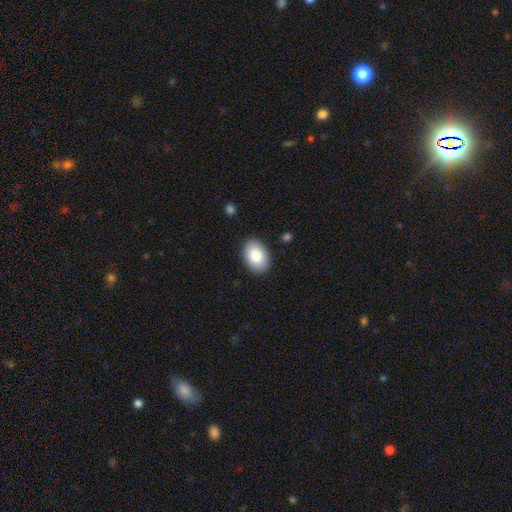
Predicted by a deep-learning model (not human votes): The model was most divided on "how rounded": in between: 88%, round: 11%, cigar-shaped: 1%. More confident: merging — none (88%); smooth or featured — smooth (86%).